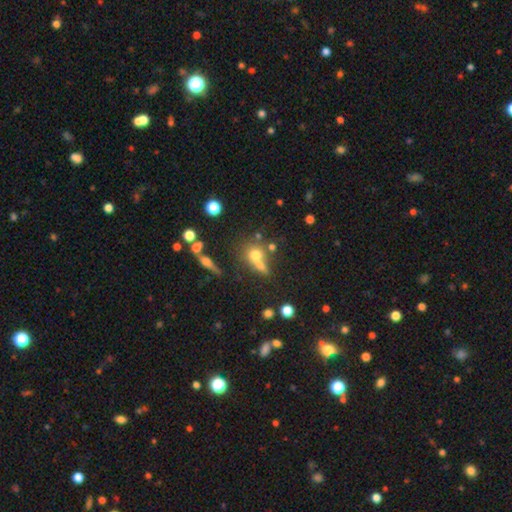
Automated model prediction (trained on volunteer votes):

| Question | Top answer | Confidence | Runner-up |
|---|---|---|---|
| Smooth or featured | smooth | 62% | featured or disk (20%) |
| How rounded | round | 73% | in between (23%) |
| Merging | none | 42% | merger (41%) |